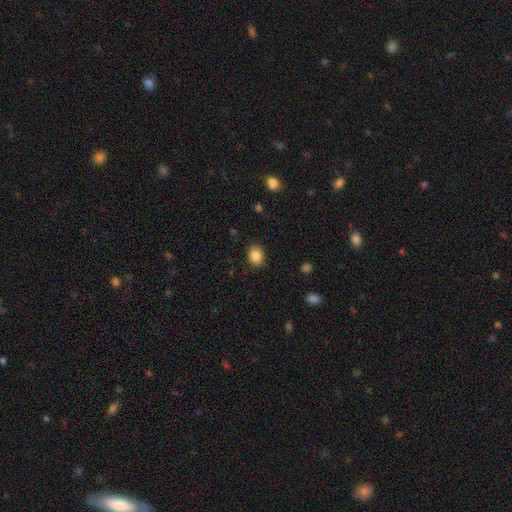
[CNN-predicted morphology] Smooth or featured? Predicted: smooth (p=0.86). How rounded? Predicted: round (p=0.55). Merging? Predicted: none (p=0.88).